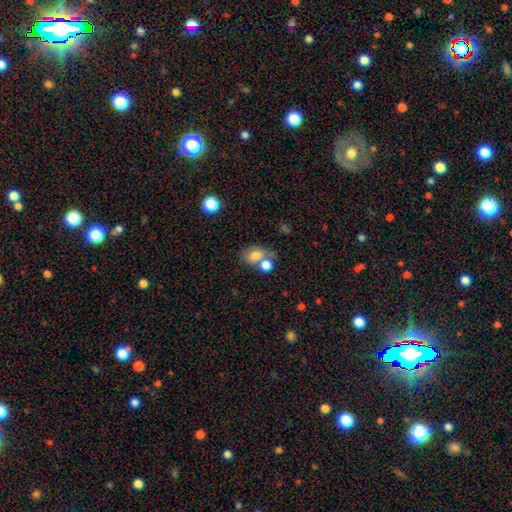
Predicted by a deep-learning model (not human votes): Q: Smooth or featured?
A: smooth (74%); runner-up: featured or disk (15%)
Q: How rounded?
A: in between (74%); runner-up: round (24%)
Q: Merging?
A: none (41%); runner-up: merger (39%)